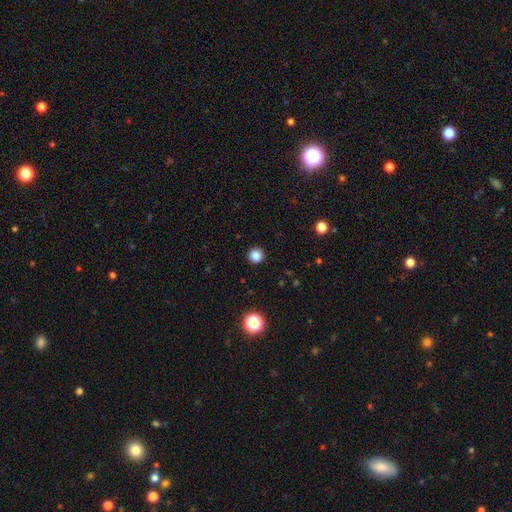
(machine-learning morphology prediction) smooth 85%, star or artifact 12%, featured or disk 3%. Down the decision tree: how rounded — round (95%); merging — none (92%).